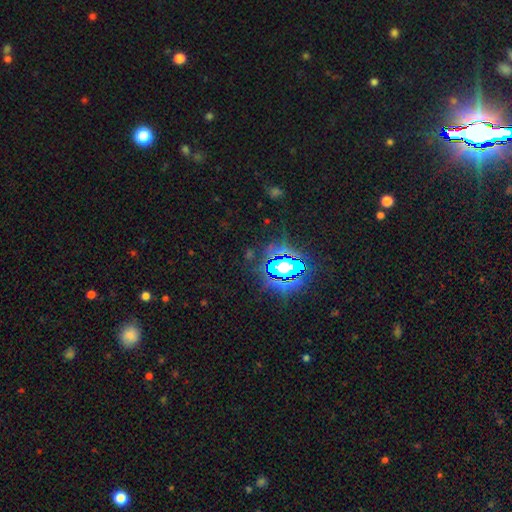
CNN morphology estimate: smooth_or_featured: star or artifact (p=0.80) [alt: smooth p=0.13]